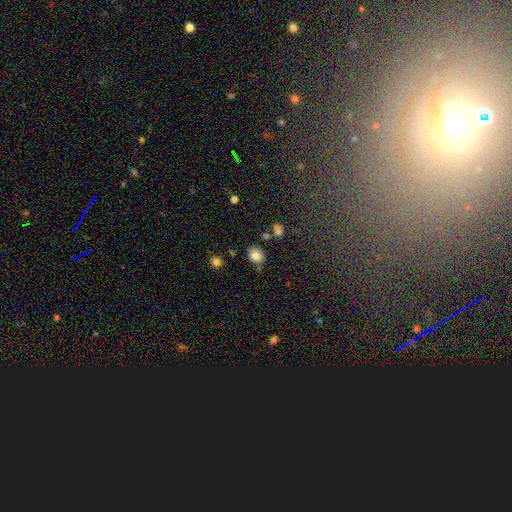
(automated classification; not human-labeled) smooth 81%, star or artifact 10%, featured or disk 9%. Down the decision tree: how rounded — round (61%); merging — none (74%).